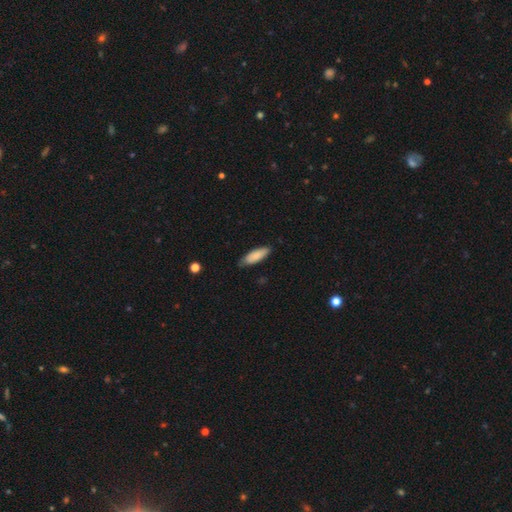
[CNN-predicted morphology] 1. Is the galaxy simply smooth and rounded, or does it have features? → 84% smooth, 10% featured or disk, 6% star or artifact.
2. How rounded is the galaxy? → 57% in between, 41% cigar-shaped, 1% round.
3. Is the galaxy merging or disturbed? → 76% none, 20% minor disturbance, 3% major disturbance, 1% merger.